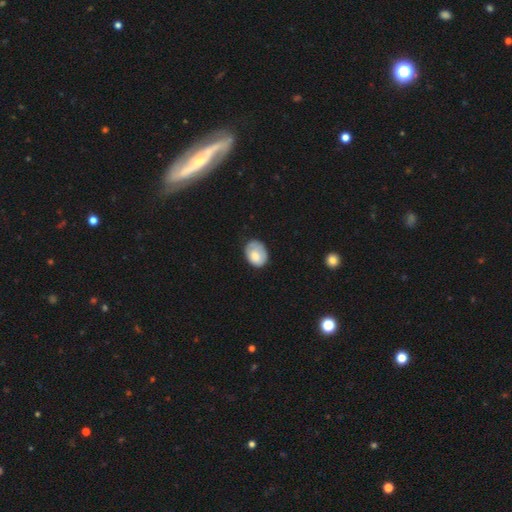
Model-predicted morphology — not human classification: smooth_or_featured: smooth (p=0.75) [alt: featured or disk p=0.18]
how_rounded: in between (p=0.69) [alt: round p=0.30]
merging: none (p=0.63) [alt: minor disturbance p=0.28]